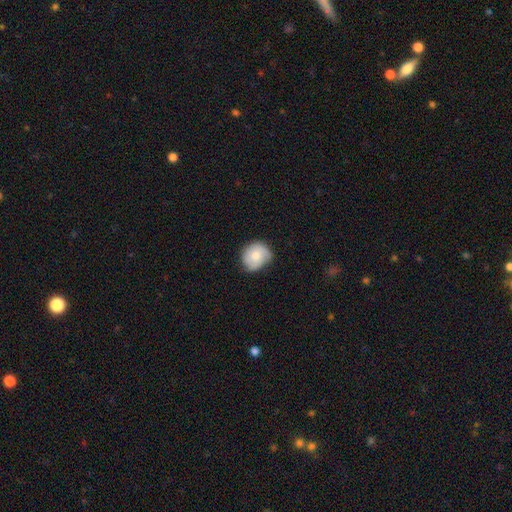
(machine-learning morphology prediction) A smooth galaxy with no disk features (60%) that is round (79%).

Vote fractions:
- Smooth or featured? smooth: 60% / featured or disk: 34% / star or artifact: 7%
- How rounded? round: 79% / in between: 20% / cigar-shaped: 1%
- Merging? none: 63% / minor disturbance: 28% / major disturbance: 7% / merger: 1%